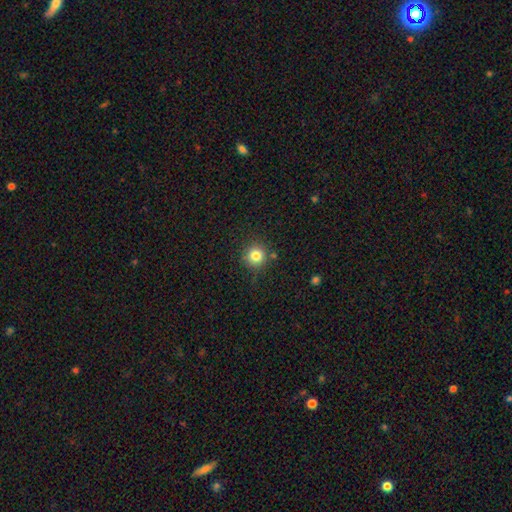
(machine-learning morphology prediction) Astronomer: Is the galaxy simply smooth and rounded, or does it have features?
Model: smooth — 82%.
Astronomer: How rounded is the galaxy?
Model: round — 94%.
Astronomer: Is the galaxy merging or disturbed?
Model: none — 85%.